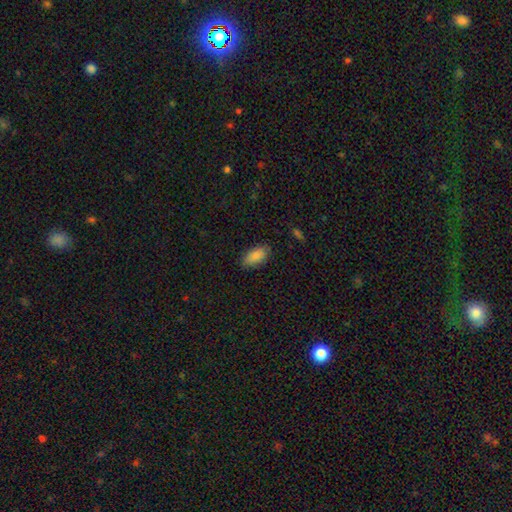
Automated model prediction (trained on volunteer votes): Smooth or featured: smooth — 87% (star or artifact — 7%)
How rounded: in between — 91% (cigar-shaped — 7%)
Merging: none — 82% (minor disturbance — 14%)